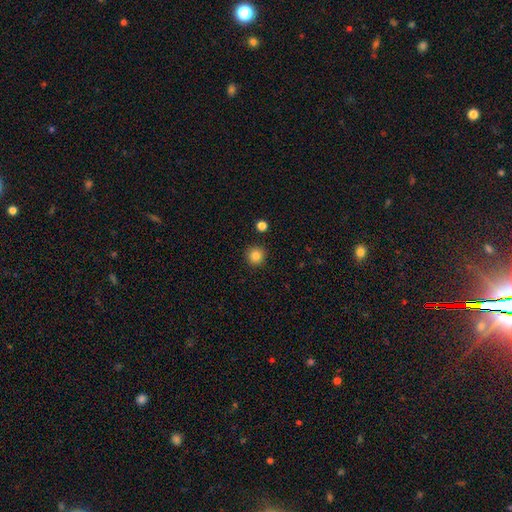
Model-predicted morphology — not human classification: This appears to be a smooth galaxy with no disk features (85%) that is round (95%). Merging: none (92%).